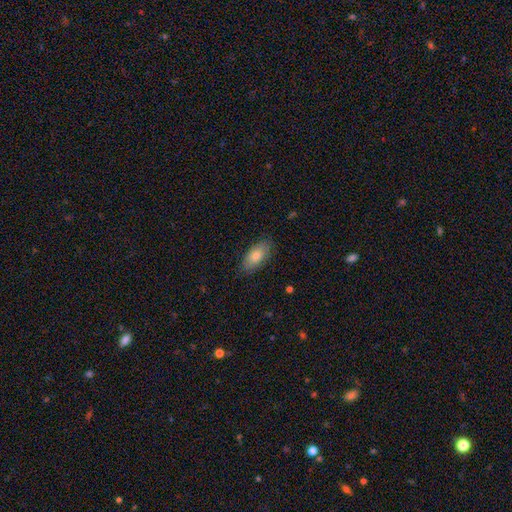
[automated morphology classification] A smooth galaxy with no disk features (76%) that is in between round and cigar-shaped (89%). Merging: none (83%).